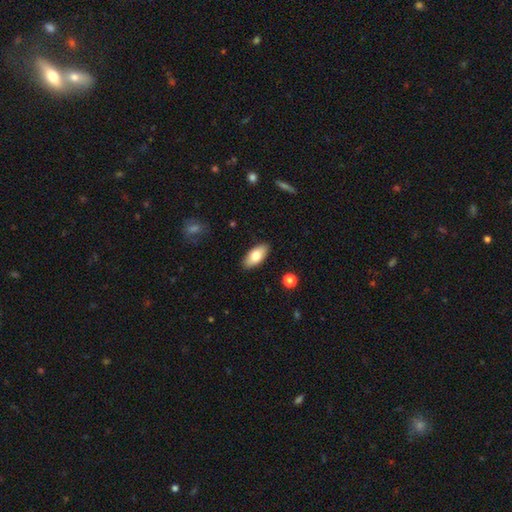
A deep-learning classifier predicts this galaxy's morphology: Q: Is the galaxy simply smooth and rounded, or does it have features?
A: smooth — 79%.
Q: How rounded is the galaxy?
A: in between — 90%.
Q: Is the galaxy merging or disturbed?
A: none — 88%.